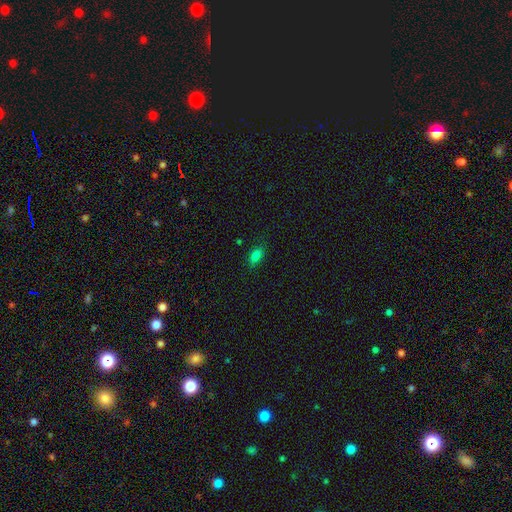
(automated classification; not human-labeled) Smooth or featured: smooth — 81% (star or artifact — 12%)
How rounded: in between — 86% (round — 7%)
Merging: none — 81% (minor disturbance — 14%)